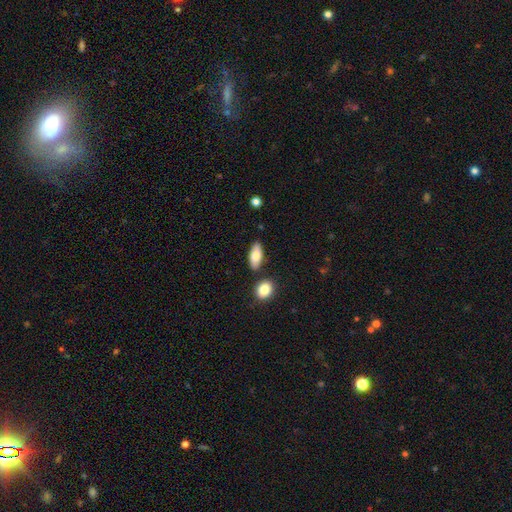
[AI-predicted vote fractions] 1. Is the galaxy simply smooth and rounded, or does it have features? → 78% smooth, 16% featured or disk, 6% star or artifact.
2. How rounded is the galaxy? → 84% in between, 13% cigar-shaped, 3% round.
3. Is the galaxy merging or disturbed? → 78% none, 11% minor disturbance, 8% merger, 3% major disturbance.